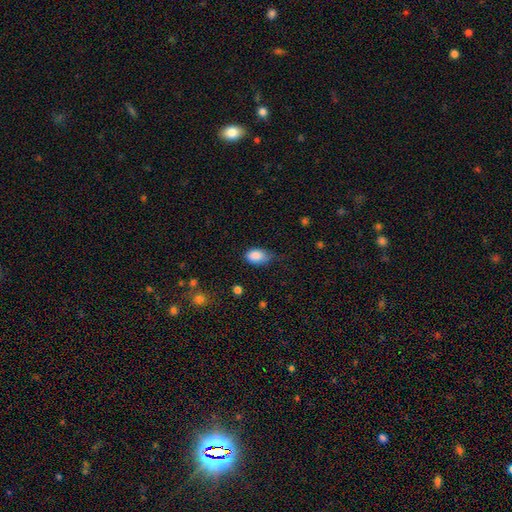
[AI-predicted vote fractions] The model was most divided on "merging": none: 53%, minor disturbance: 38%, major disturbance: 8%, merger: 2%. More confident: how rounded — in between (88%); smooth or featured — smooth (87%).